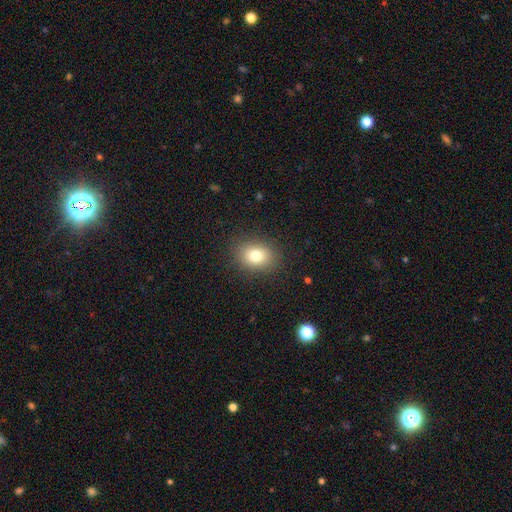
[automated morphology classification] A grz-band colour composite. It shows a smooth galaxy with no disk features (79%) that is in between round and cigar-shaped (57%). Merging: none (88%).